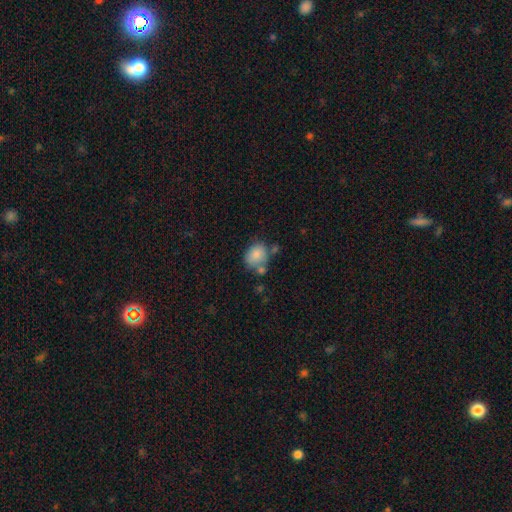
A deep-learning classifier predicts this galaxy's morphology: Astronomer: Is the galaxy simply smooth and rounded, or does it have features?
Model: smooth — 82%.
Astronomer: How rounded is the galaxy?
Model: round — 60% (runner-up: in between, 39%).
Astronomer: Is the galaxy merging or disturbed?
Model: none — 53%.